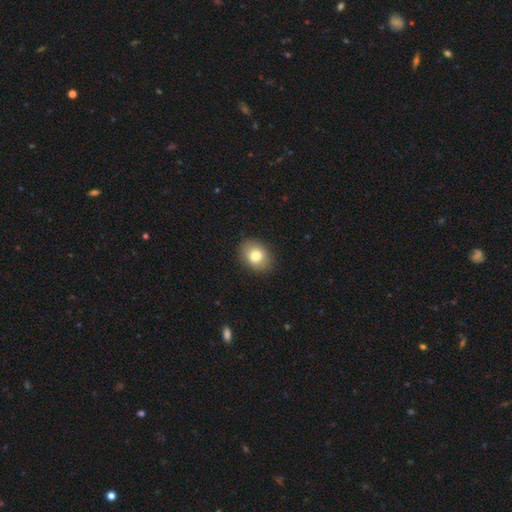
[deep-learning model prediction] Overall: smooth (80%). How rounded: in between (65%; round 34%). Merging: none (89%).